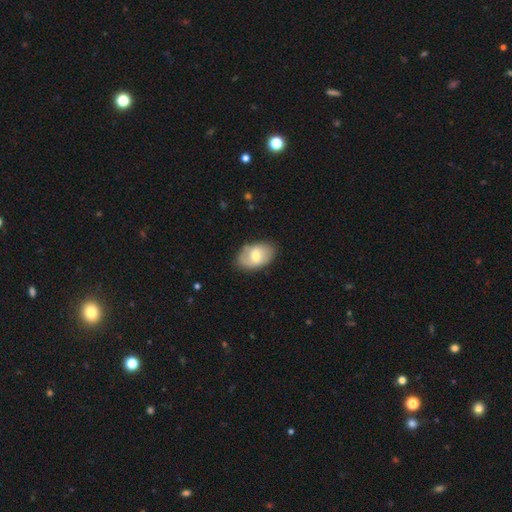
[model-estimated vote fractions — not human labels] smooth 58%, featured or disk 36%, star or artifact 6%. Down the decision tree: how rounded — in between (88%); merging — none (75%).